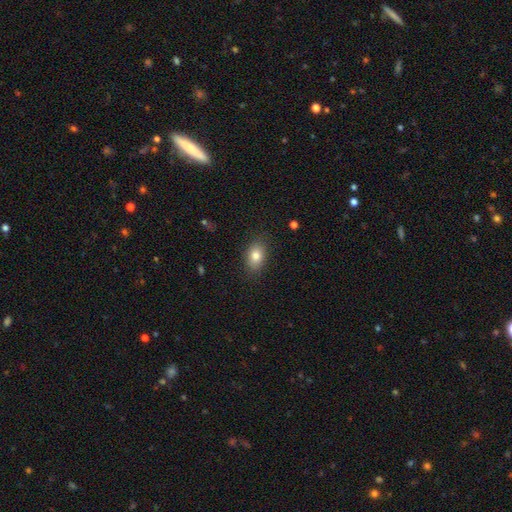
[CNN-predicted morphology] Smooth or featured?
  - smooth: 80% *
  - featured or disk: 11%
  - star or artifact: 9%
How rounded?
  - in between: 83% *
  - round: 15%
  - cigar-shaped: 2%
Merging?
  - none: 85% *
  - minor disturbance: 11%
  - major disturbance: 3%
  - merger: 1%